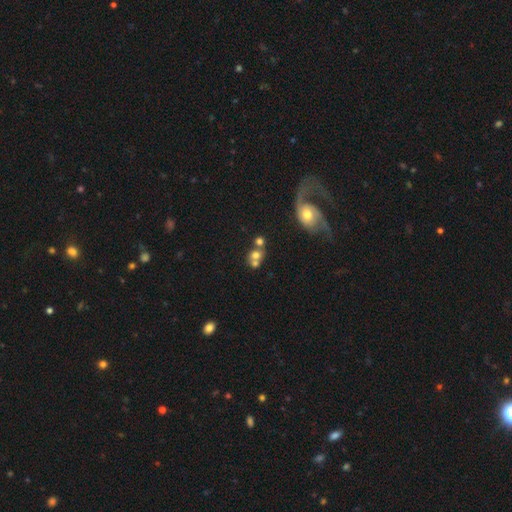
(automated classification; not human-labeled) smooth_or_featured: smooth (p=0.65) [alt: featured or disk p=0.21]
how_rounded: round (p=0.69) [alt: in between p=0.30]
merging: merger (p=0.55) [alt: none p=0.32]